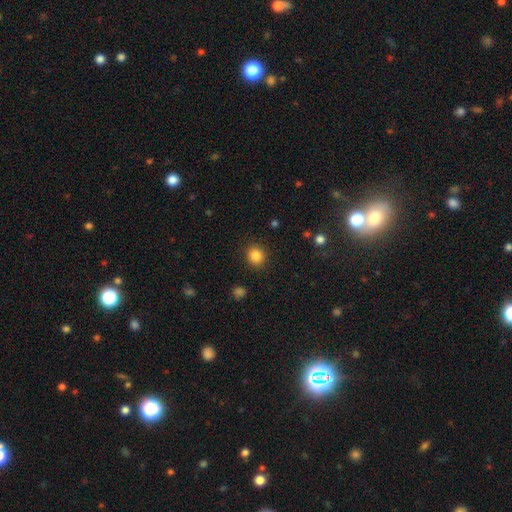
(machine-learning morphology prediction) Overall: smooth (86%). How rounded: round (83%). Merging: none (90%).